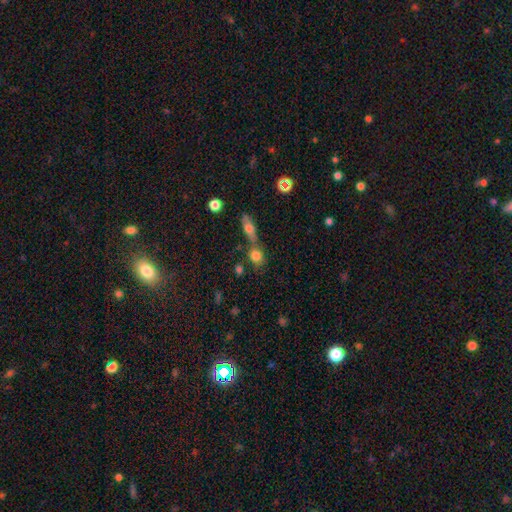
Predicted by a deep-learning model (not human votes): Q: Smooth or featured?
A: smooth (79%); runner-up: star or artifact (11%)
Q: How rounded?
A: round (64%); runner-up: in between (32%)
Q: Merging?
A: none (46%); runner-up: merger (39%)